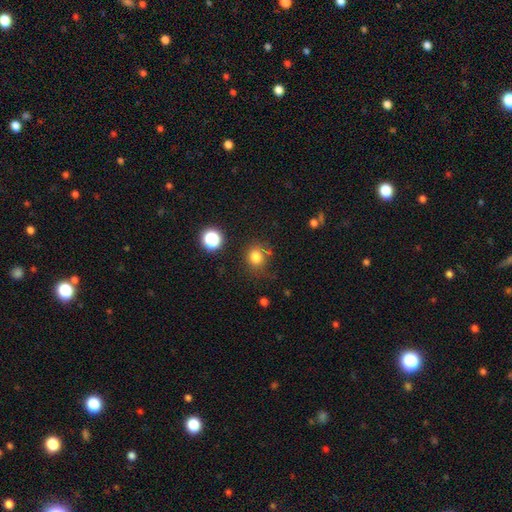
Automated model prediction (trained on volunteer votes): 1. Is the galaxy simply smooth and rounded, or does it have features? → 80% smooth, 14% star or artifact, 6% featured or disk.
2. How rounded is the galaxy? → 75% round, 24% in between, 1% cigar-shaped.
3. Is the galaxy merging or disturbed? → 75% none, 15% minor disturbance, 5% major disturbance, 5% merger.